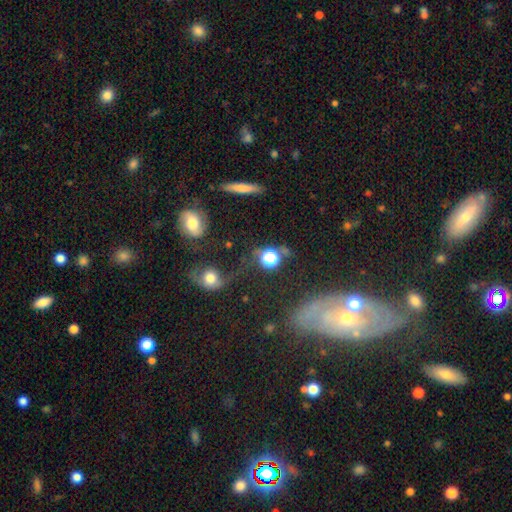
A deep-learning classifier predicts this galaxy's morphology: The model was most divided on "smooth or featured": smooth: 37%, featured or disk: 34%, star or artifact: 29%. More confident: merging — none (70%).